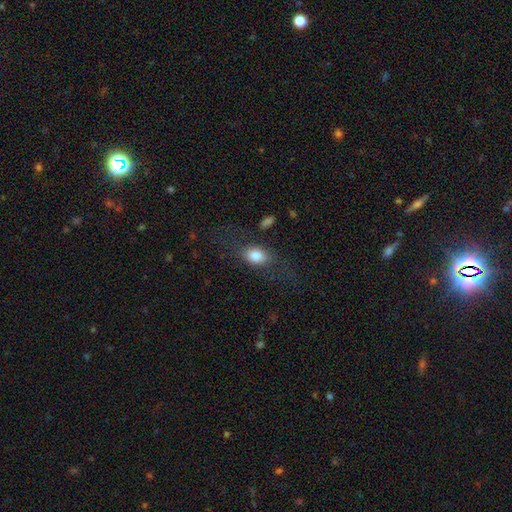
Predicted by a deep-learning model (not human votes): smooth-or-featured: smooth: 80% | featured or disk: 12% | star or artifact: 8%
  how-rounded: in between: 77% | round: 19% | cigar-shaped: 4%
  merging: none: 63% | major disturbance: 17% | minor disturbance: 17% | merger: 3%